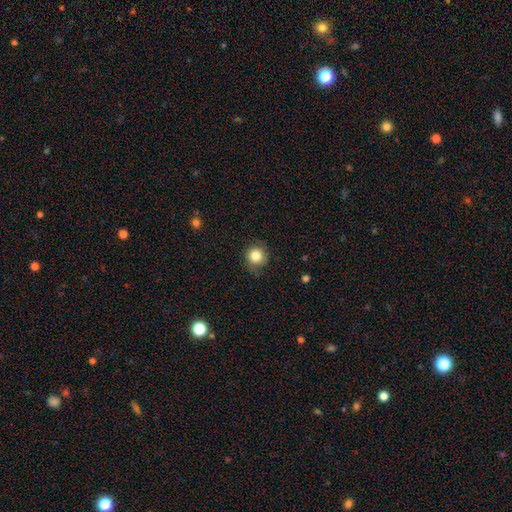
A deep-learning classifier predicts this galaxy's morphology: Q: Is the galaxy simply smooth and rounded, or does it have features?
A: smooth — 83%.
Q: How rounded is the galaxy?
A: round — 91%.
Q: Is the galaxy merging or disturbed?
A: none — 82%.